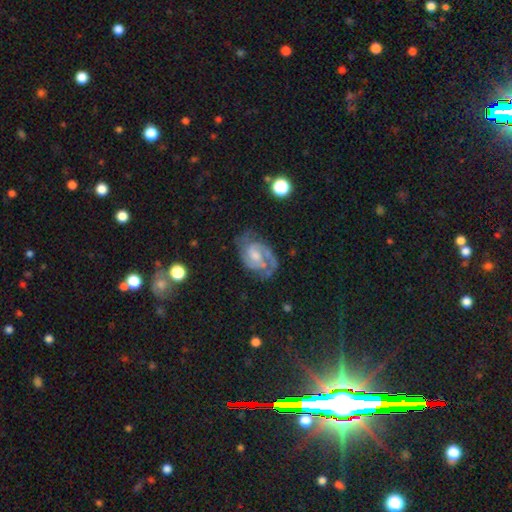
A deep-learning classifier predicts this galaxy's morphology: smooth-or-featured: featured or disk: 83% | smooth: 11% | star or artifact: 7%
  disk-edge-on: no: 97% | yes: 3%
    bar: weak: 50% | no: 40% | strong: 10%
    has-spiral-arms: yes: 94% | no: 6%
      spiral-winding: medium: 50% | tight: 37% | loose: 13%
      spiral-arm-count: 2: 70% | can't tell: 13% | 3: 8% | 1: 5% | 4: 2% | more than 4: 2%
    bulge-size: moderate: 41% | small: 37% | none: 14% | large: 6% | dominant: 1%
  merging: none: 61% | minor disturbance: 22% | major disturbance: 14% | merger: 3%